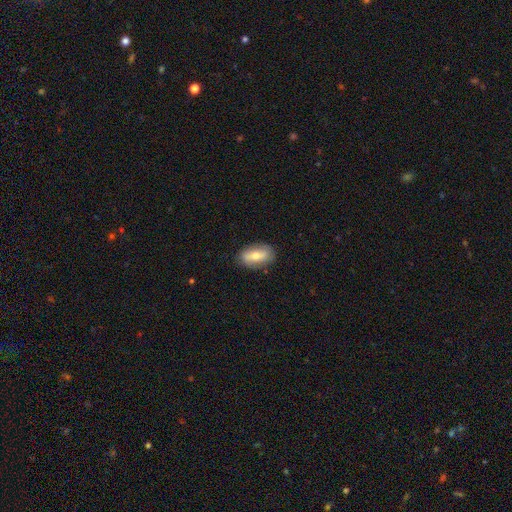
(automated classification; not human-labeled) This is possibly a smooth galaxy (60%). How rounded: clearly in between (87%). Merging: clearly none (83%).